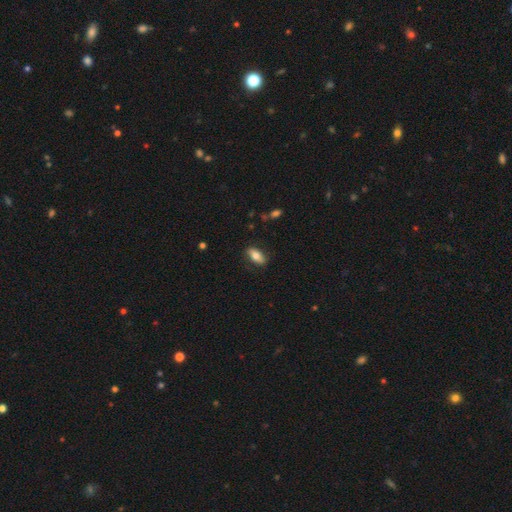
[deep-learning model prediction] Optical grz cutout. It shows a smooth galaxy with no disk features (74%) that is in between round and cigar-shaped (84%). Merging: none (83%).